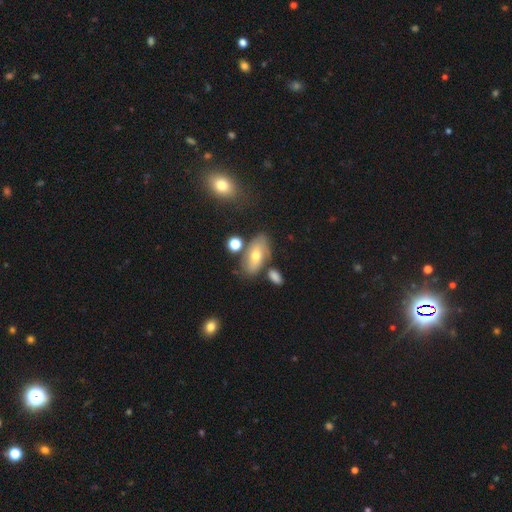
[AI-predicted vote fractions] Smooth or featured?
  - smooth: 55% *
  - featured or disk: 35%
  - star or artifact: 10%
How rounded?
  - in between: 88% *
  - round: 6%
  - cigar-shaped: 6%
Merging?
  - none: 68% *
  - minor disturbance: 17%
  - merger: 10%
  - major disturbance: 5%